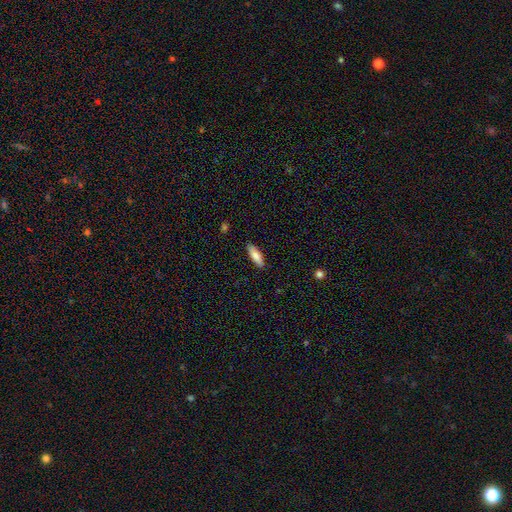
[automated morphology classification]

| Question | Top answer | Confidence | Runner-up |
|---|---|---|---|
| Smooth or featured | smooth | 81% | featured or disk (13%) |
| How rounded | in between | 52% | cigar-shaped (46%) |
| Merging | none | 88% | minor disturbance (9%) |